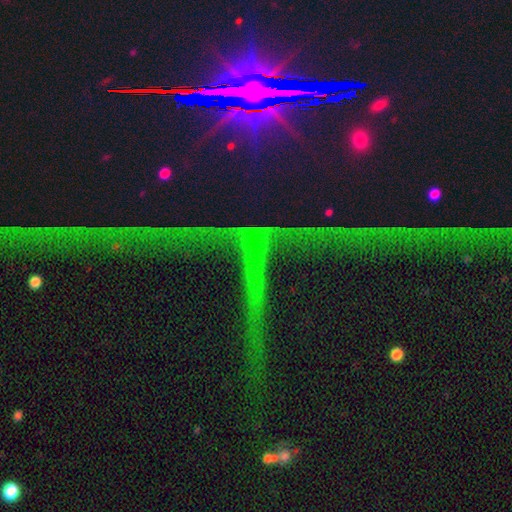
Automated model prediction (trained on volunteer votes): smooth-or-featured: star or artifact: 74% | featured or disk: 17% | smooth: 8%